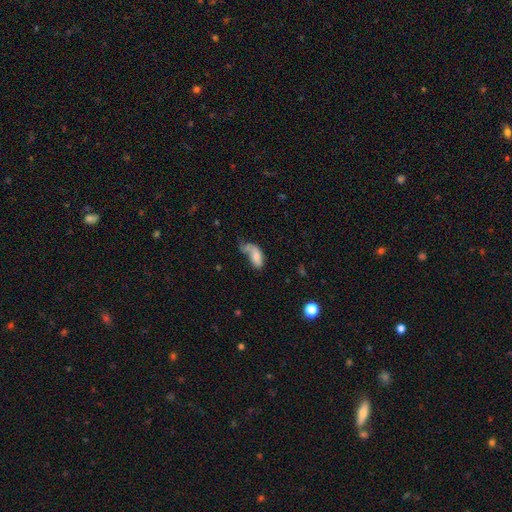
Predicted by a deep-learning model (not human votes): The model was most divided on "merging": major disturbance: 33%, merger: 24%, minor disturbance: 22%, none: 21%. More confident: how rounded — in between (89%); smooth or featured — smooth (70%).